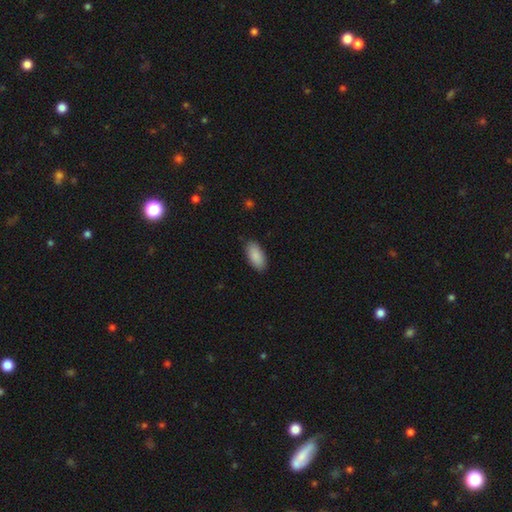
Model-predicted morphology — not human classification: Smooth or featured? Predicted: smooth (p=0.90). How rounded? Predicted: in between (p=0.92). Merging? Predicted: none (p=0.86).